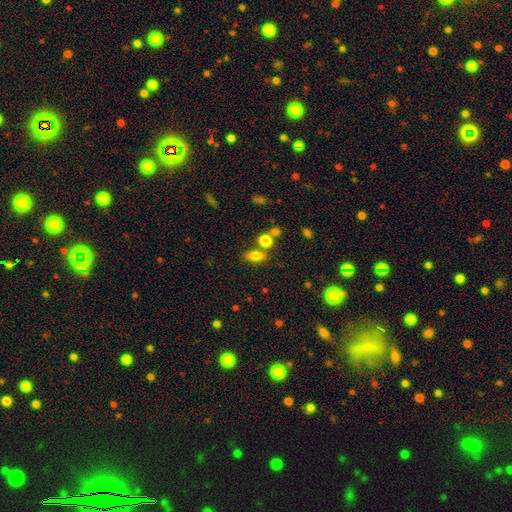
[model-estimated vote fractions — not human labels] Q: Smooth or featured?
A: smooth (78%); runner-up: star or artifact (12%)
Q: How rounded?
A: in between (81%); runner-up: round (12%)
Q: Merging?
A: none (63%); runner-up: merger (20%)